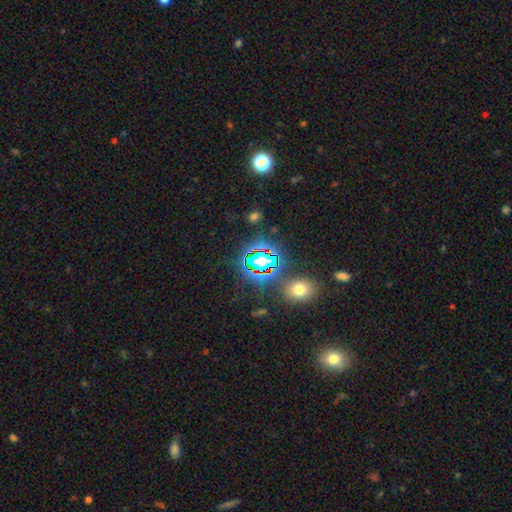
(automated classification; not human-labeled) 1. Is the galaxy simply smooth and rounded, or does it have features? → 77% star or artifact, 15% smooth, 8% featured or disk.